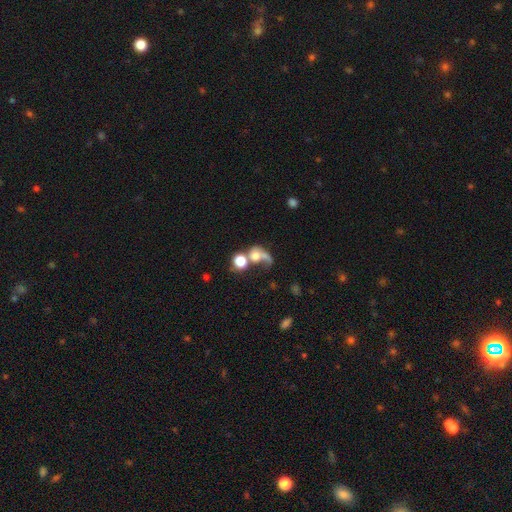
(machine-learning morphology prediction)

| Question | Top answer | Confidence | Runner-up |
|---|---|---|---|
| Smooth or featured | smooth | 50% | featured or disk (36%) |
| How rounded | round | 63% | in between (34%) |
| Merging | merger | 43% | major disturbance (26%) |